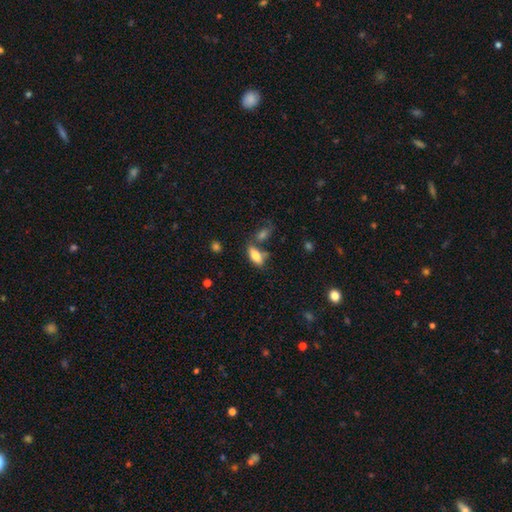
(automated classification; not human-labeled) Q: Smooth or featured?
A: smooth (74%); runner-up: featured or disk (18%)
Q: How rounded?
A: in between (80%); runner-up: cigar-shaped (17%)
Q: Merging?
A: none (59%); runner-up: merger (19%)